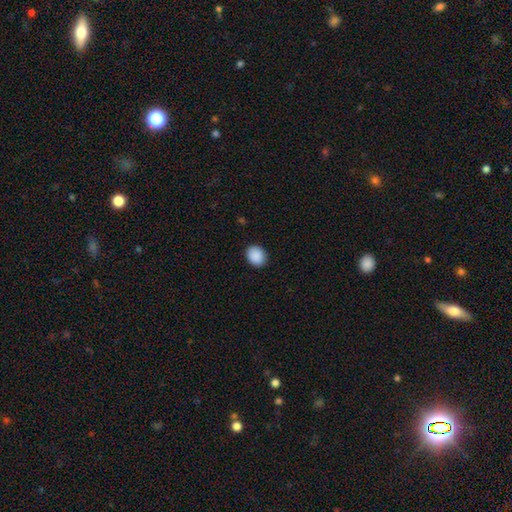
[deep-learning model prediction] Smooth or featured?
  - smooth: 90% *
  - star or artifact: 8%
  - featured or disk: 2%
How rounded?
  - round: 56% *
  - in between: 44%
  - cigar-shaped: 1%
Merging?
  - none: 90% *
  - minor disturbance: 7%
  - major disturbance: 2%
  - merger: 1%